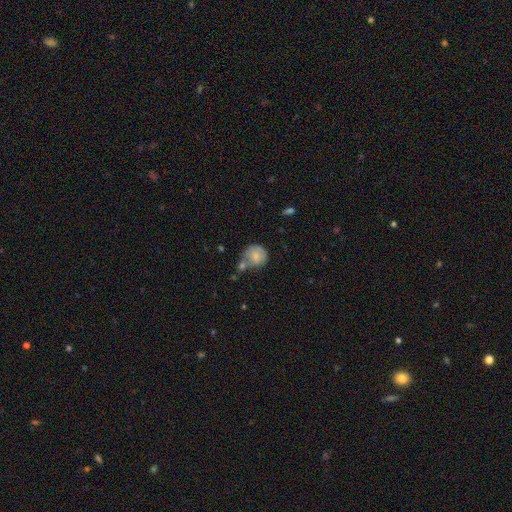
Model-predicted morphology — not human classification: Smooth or featured?
  - smooth: 73% *
  - featured or disk: 19%
  - star or artifact: 8%
How rounded?
  - round: 83% *
  - in between: 16%
  - cigar-shaped: 1%
Merging?
  - none: 45% *
  - merger: 26%
  - minor disturbance: 22%
  - major disturbance: 7%